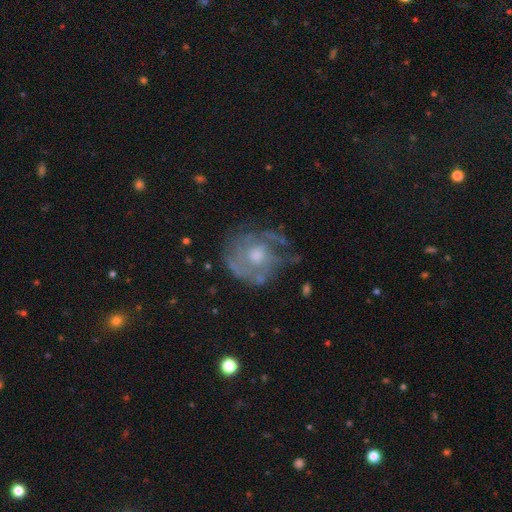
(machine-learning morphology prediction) This is likely a featured or disk galaxy (70%). It is clearly not viewed edge-on (97%). Bar: likely no (80%). Spiral arm pattern: likely yes (69%). Central bulge: likely moderate (62%). Merging: possibly none (57%).